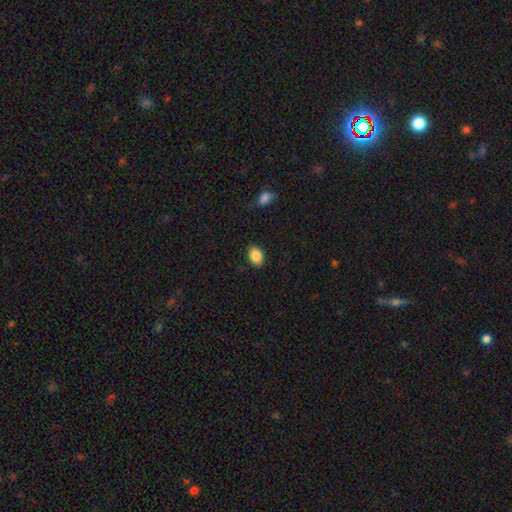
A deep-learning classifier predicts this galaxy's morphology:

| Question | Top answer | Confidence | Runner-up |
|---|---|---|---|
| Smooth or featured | smooth | 87% | star or artifact (8%) |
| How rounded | in between | 81% | round (17%) |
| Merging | none | 87% | minor disturbance (9%) |